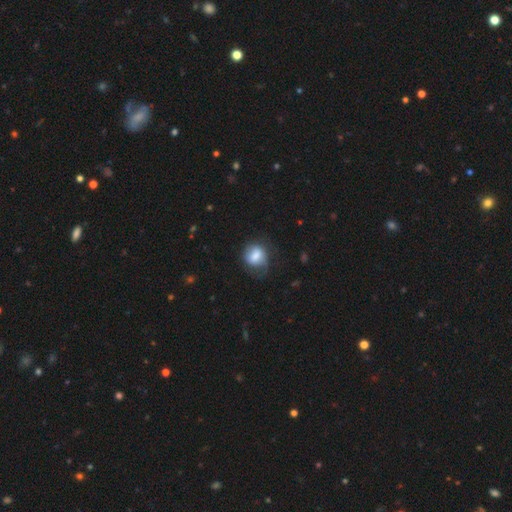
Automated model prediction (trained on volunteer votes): Morphology: type=smooth (74%); roundness=round (61%); merging=none (51%).